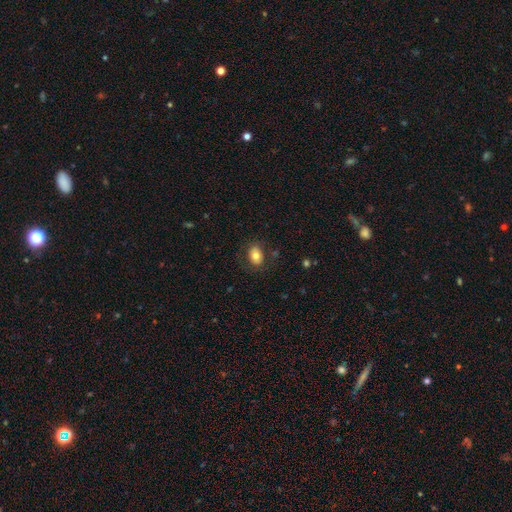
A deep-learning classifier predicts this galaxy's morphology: type=smooth (76%); roundness=in between (71%); merging=none (78%).